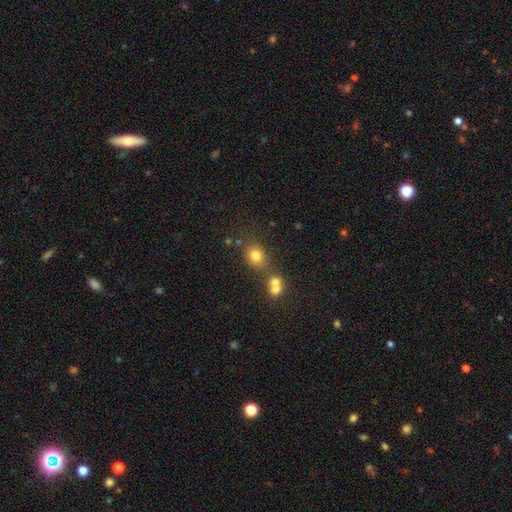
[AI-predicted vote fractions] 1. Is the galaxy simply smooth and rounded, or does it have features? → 76% smooth, 15% star or artifact, 9% featured or disk.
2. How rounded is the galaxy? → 66% round, 33% in between, 1% cigar-shaped.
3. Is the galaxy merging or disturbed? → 60% none, 24% merger, 12% minor disturbance, 5% major disturbance.